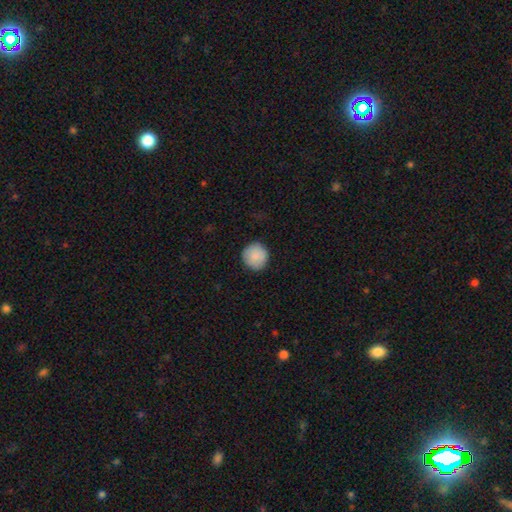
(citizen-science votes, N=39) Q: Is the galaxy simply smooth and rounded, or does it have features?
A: smooth — 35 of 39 (90%).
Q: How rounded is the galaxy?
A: round — 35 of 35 (100%).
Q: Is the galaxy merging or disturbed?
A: none — 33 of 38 (87%).